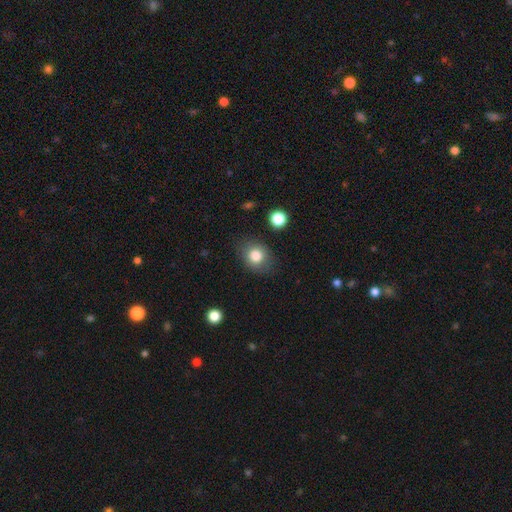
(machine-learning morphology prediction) A smooth galaxy with no disk features (82%) that is round (57%). Merging: none (77%).